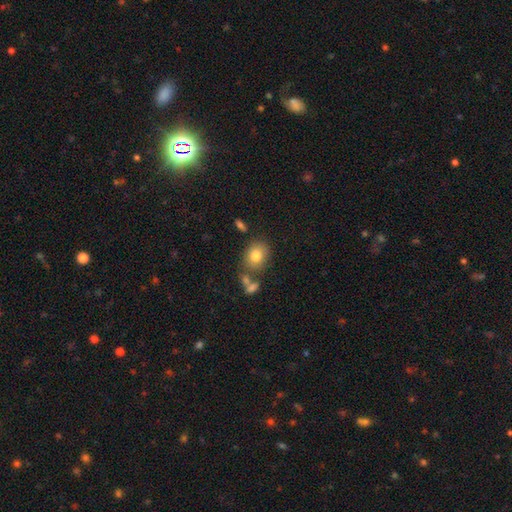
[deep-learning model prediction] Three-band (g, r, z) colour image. It shows a smooth galaxy with no disk features (79%) that is round (50%). Merging: none (67%).